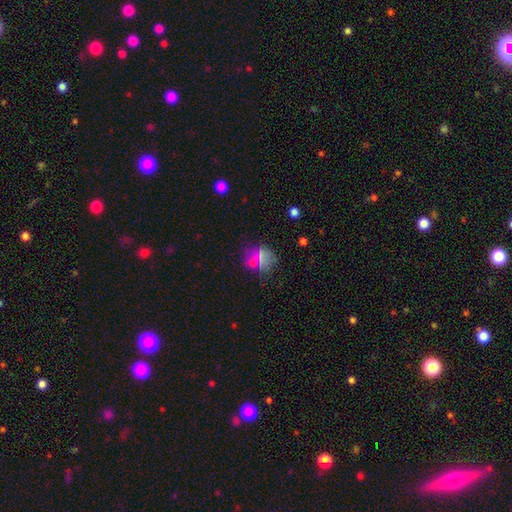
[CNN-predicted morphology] smooth_or_featured: smooth (p=0.49) [alt: star or artifact p=0.29]
merging: none (p=0.67) [alt: minor disturbance p=0.14]